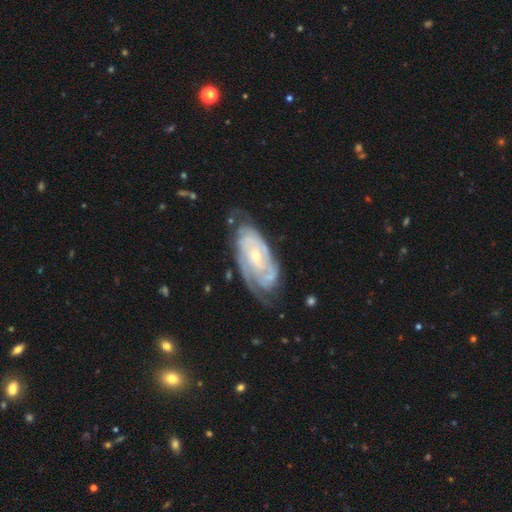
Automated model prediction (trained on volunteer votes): A featured or disk galaxy (86%) with no bar (70%), tight (74%) spiral arms (94%) and a small central bulge (65%). Merging: none (63%).